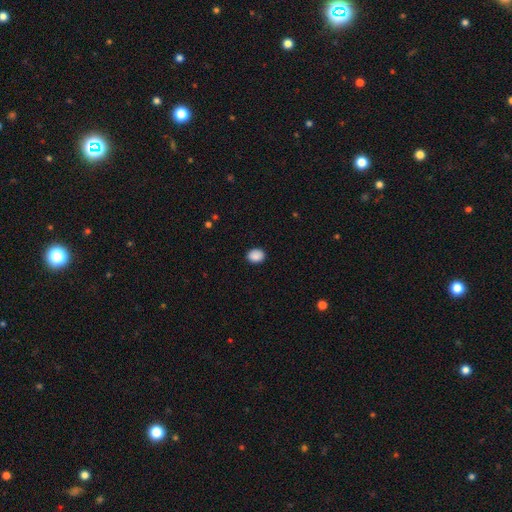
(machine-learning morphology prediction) smooth_or_featured: smooth (p=0.89) [alt: star or artifact p=0.08]
how_rounded: in between (p=0.57) [alt: round p=0.42]
merging: none (p=0.89) [alt: minor disturbance p=0.08]